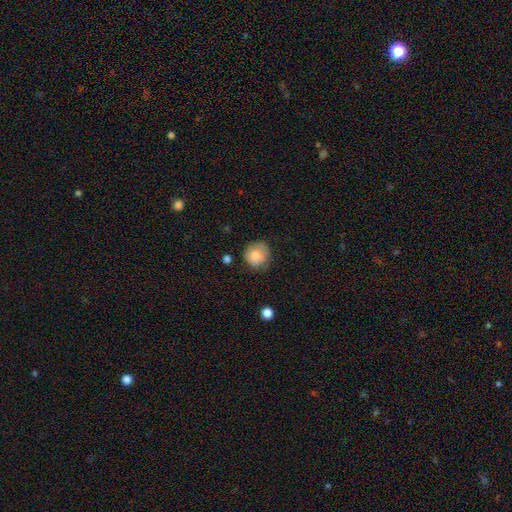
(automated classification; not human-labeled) smooth-or-featured: smooth: 79% | featured or disk: 12% | star or artifact: 9%
  how-rounded: round: 87% | in between: 12% | cigar-shaped: 1%
  merging: none: 71% | minor disturbance: 22% | major disturbance: 5% | merger: 2%